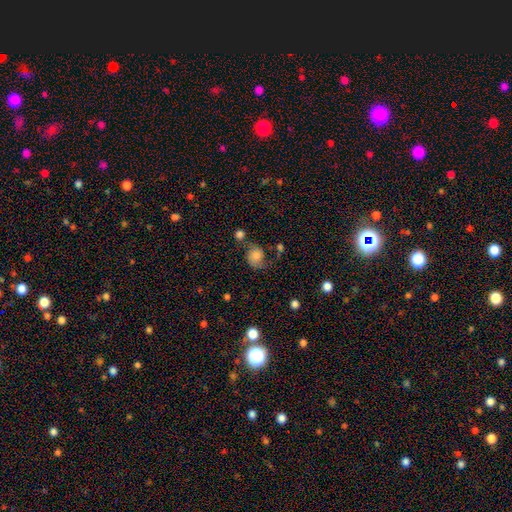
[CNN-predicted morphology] Smooth or featured?
  - smooth: 67% *
  - featured or disk: 22%
  - star or artifact: 11%
How rounded?
  - round: 67% *
  - in between: 32%
  - cigar-shaped: 1%
Merging?
  - none: 46% *
  - minor disturbance: 25%
  - major disturbance: 16%
  - merger: 13%